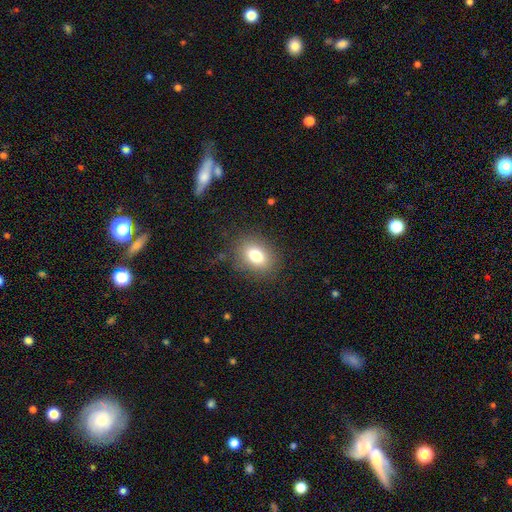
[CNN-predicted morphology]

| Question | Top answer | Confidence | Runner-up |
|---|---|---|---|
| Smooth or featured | smooth | 79% | featured or disk (11%) |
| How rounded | in between | 71% | round (28%) |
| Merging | none | 84% | minor disturbance (11%) |